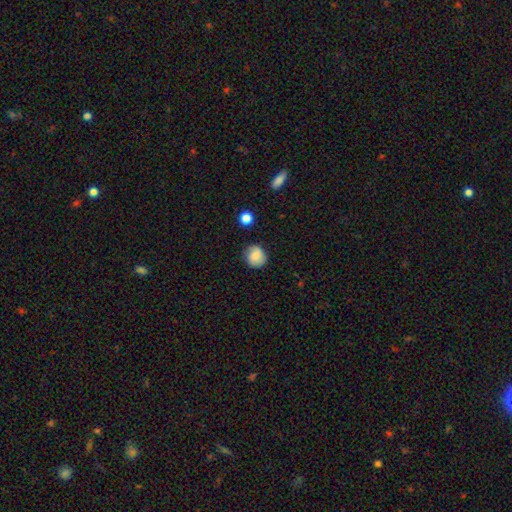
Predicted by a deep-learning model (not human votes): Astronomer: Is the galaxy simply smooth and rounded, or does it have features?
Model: smooth — 80%.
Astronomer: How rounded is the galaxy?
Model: round — 84%.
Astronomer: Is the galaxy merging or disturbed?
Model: none — 80%.